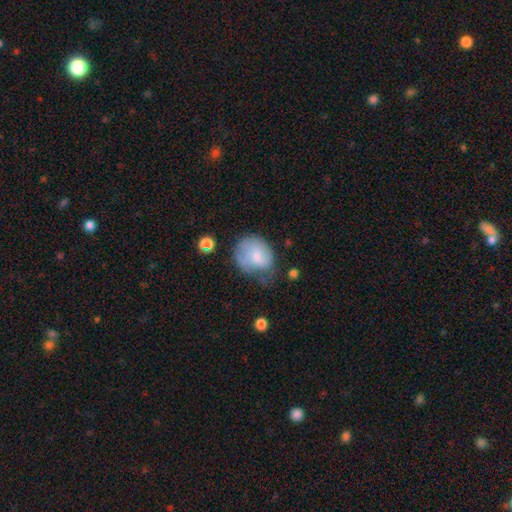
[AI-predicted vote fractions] smooth-or-featured: smooth: 64% | featured or disk: 28% | star or artifact: 8%
  how-rounded: round: 59% | in between: 40% | cigar-shaped: 1%
  merging: none: 37% | minor disturbance: 36% | major disturbance: 23% | merger: 4%